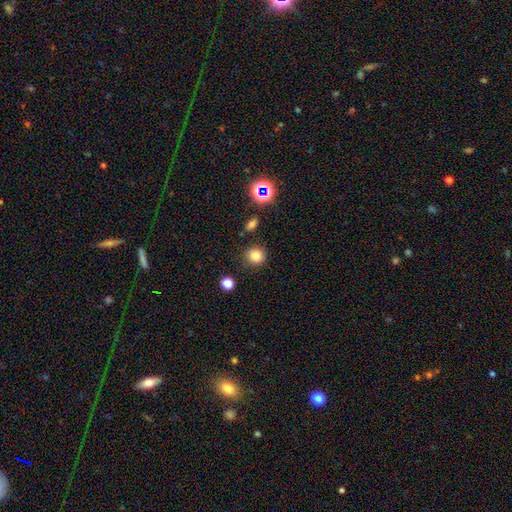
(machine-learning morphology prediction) smooth_or_featured: smooth (p=0.81) [alt: star or artifact p=0.14]
how_rounded: round (p=0.90) [alt: in between p=0.09]
merging: none (p=0.84) [alt: minor disturbance p=0.09]